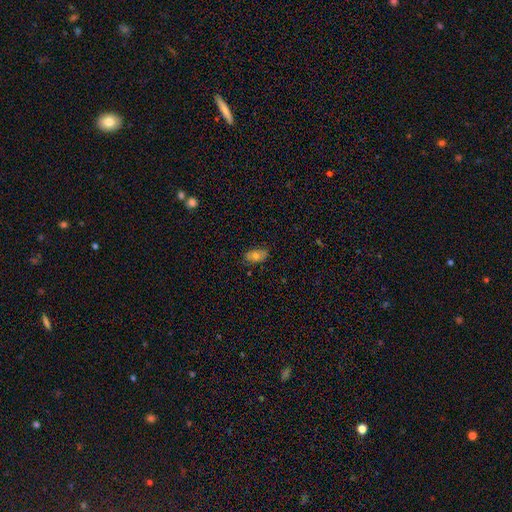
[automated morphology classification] type=smooth (72%); roundness=in between (89%); merging=none (81%).